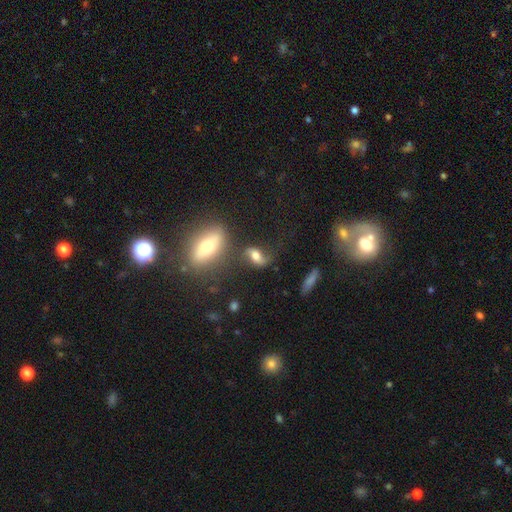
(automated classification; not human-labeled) This appears to be a smooth galaxy with no disk features (47%). Merging: none (52%).